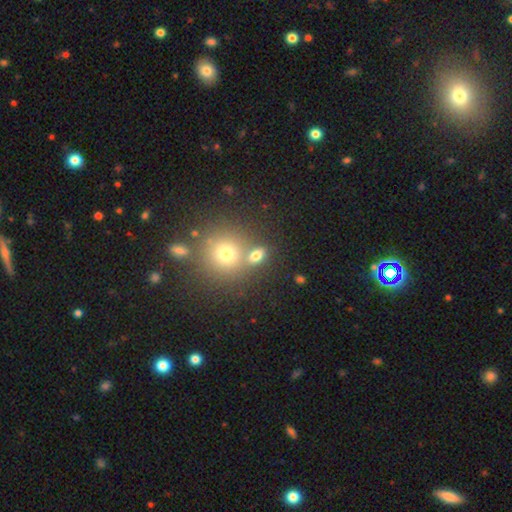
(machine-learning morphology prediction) type=smooth (73%); roundness=in between (55%); merging=none (58%).